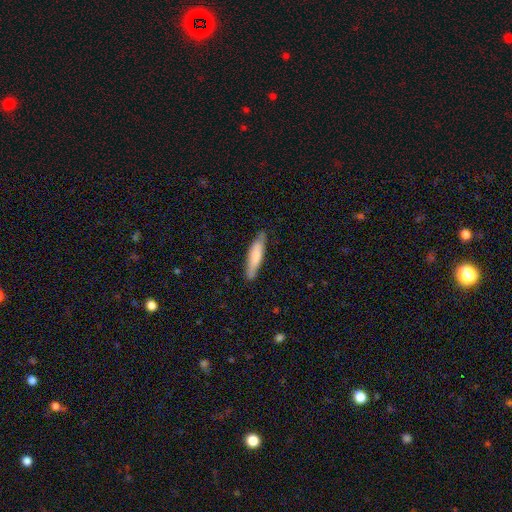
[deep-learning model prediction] A smooth galaxy with no disk features (74%) that is cigar-shaped (78%). Merging: none (83%).